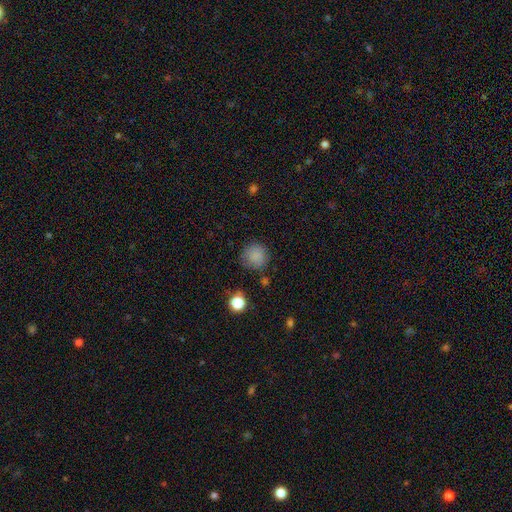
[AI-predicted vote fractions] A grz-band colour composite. It shows a smooth galaxy with no disk features (82%) that is round (91%). Merging: none (78%).